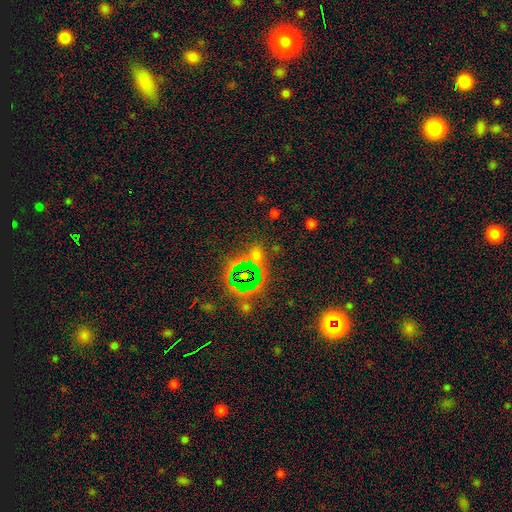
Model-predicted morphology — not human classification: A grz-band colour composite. It shows a star or artifact, not a galaxy (63%).